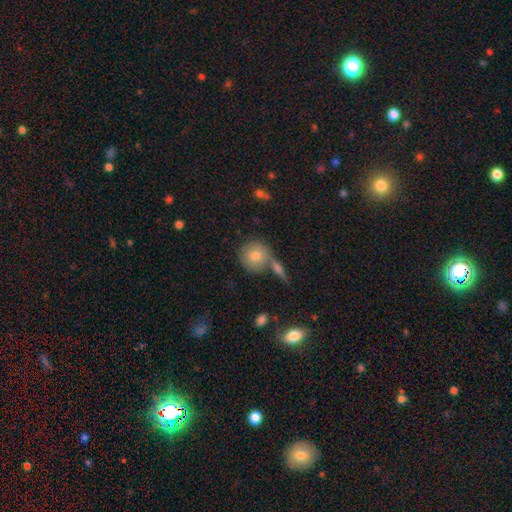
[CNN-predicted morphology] This is likely a smooth galaxy (75%). How rounded: clearly round (90%). Merging: likely none (66%).